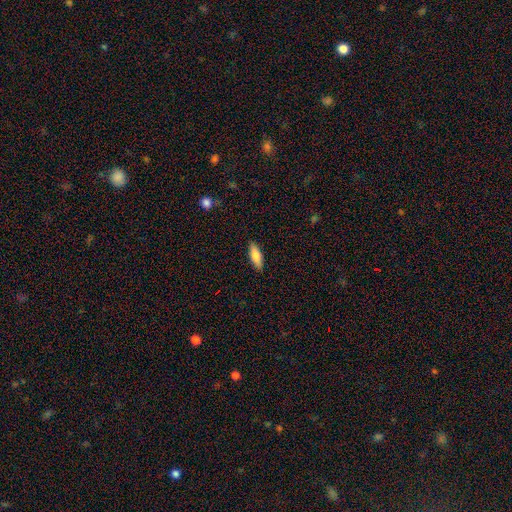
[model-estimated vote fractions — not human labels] Morphology: type=smooth (82%); roundness=in between (58%); merging=none (88%).